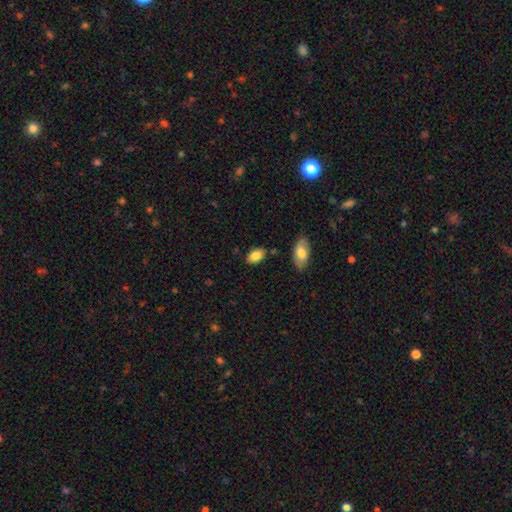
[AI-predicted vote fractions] This is clearly a smooth galaxy (84%). How rounded: clearly in between (91%). Merging: clearly none (82%).